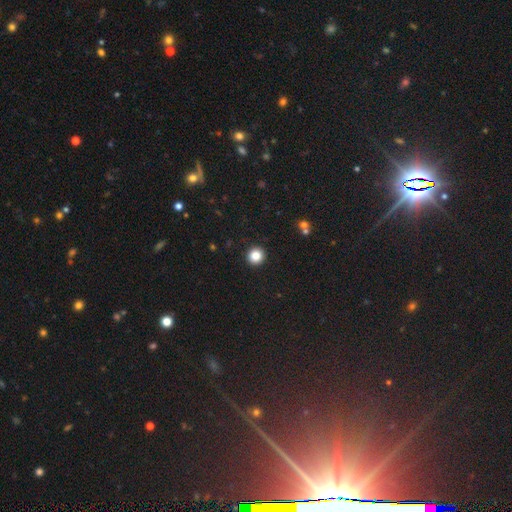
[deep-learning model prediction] This appears to be a smooth galaxy with no disk features (85%) that is round (94%). Merging: none (93%).